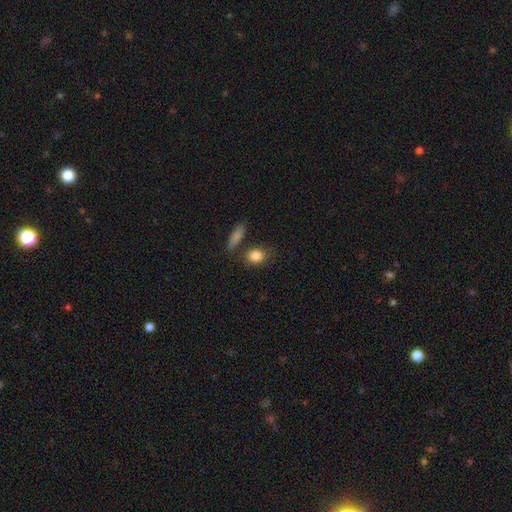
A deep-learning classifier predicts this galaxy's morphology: smooth-or-featured: smooth: 85% | star or artifact: 8% | featured or disk: 7%
  how-rounded: in between: 62% | round: 34% | cigar-shaped: 4%
  merging: none: 72% | minor disturbance: 13% | merger: 11% | major disturbance: 4%